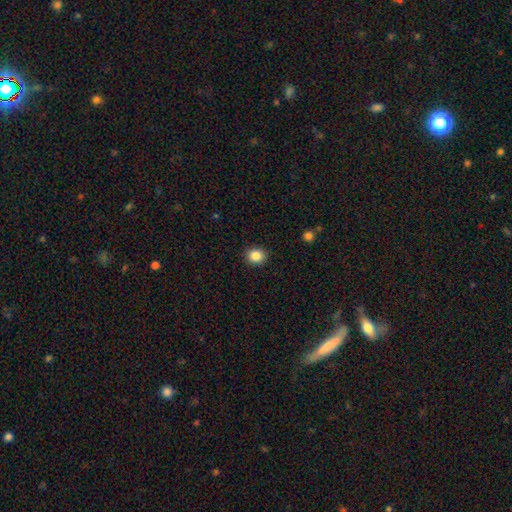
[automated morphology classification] smooth-or-featured: smooth: 86% | star or artifact: 10% | featured or disk: 4%
  how-rounded: round: 78% | in between: 21% | cigar-shaped: 1%
  merging: none: 91% | minor disturbance: 6% | major disturbance: 2% | merger: 1%